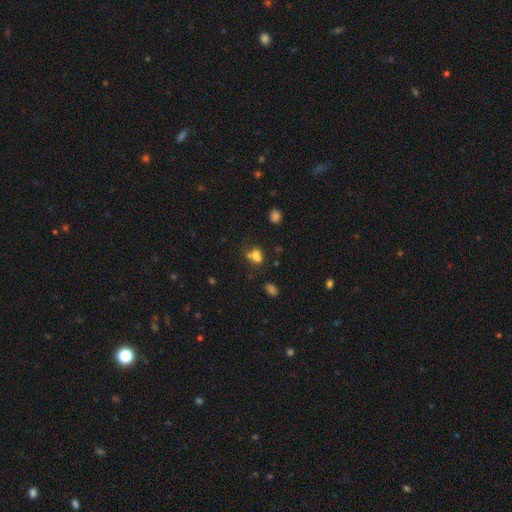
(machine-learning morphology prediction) smooth_or_featured: smooth (p=0.72) [alt: star or artifact p=0.15]
how_rounded: in between (p=0.50) [alt: round p=0.48]
merging: merger (p=0.39) [alt: none p=0.37]